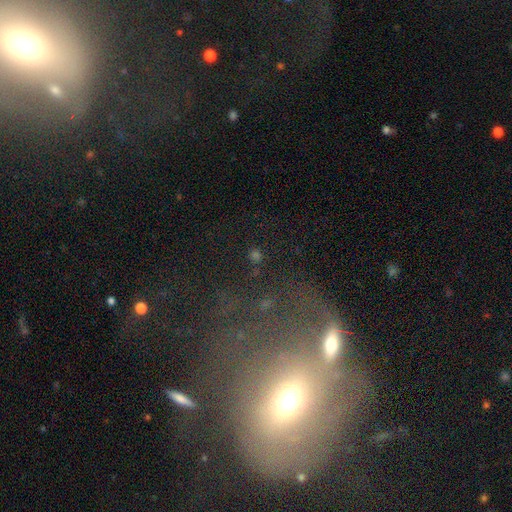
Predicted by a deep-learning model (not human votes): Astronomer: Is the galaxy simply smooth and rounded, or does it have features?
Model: star or artifact — 41% (runner-up: smooth, 37%).